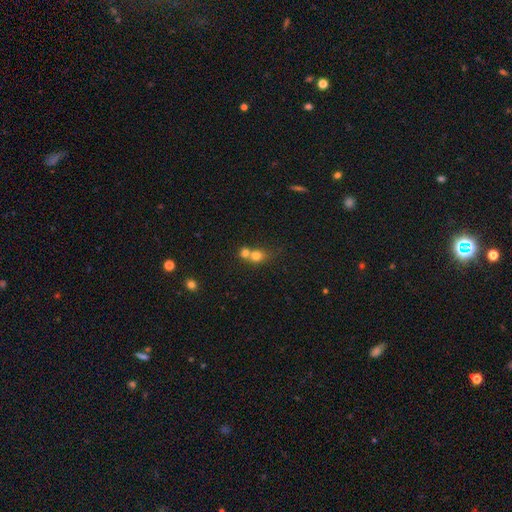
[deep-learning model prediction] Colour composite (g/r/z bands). It shows a smooth galaxy with no disk features (74%) that is round (72%). Merging: merger (63%).